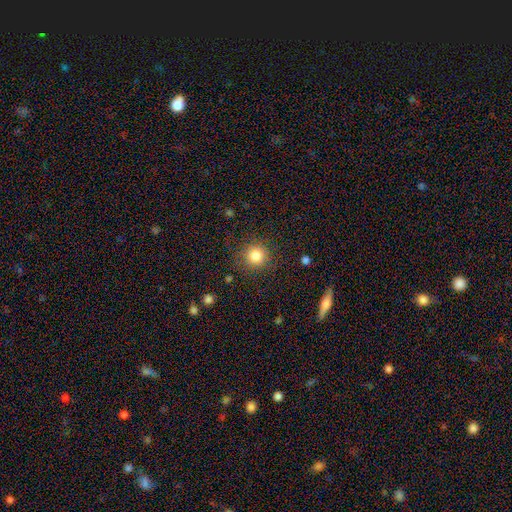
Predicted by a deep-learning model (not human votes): The model was most divided on "smooth or featured": smooth: 83%, star or artifact: 11%, featured or disk: 6%. More confident: how rounded — round (94%); merging — none (87%).